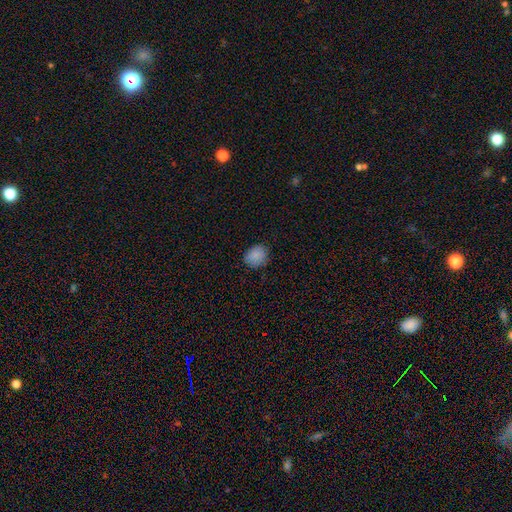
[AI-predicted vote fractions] This is clearly a smooth galaxy (86%). How rounded: possibly round (55%). Merging: clearly none (81%).